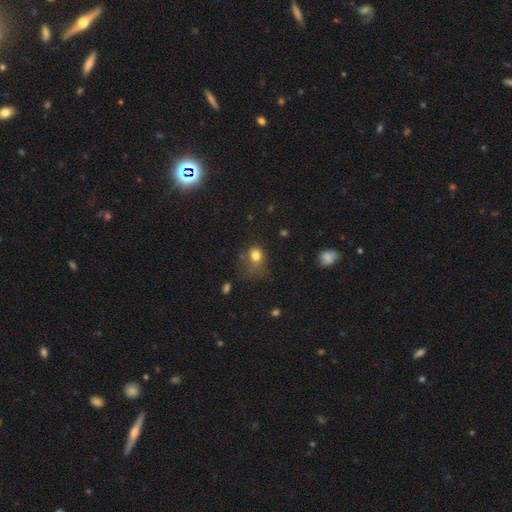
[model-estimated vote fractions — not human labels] This appears to be a smooth galaxy with no disk features (76%) that is round (59%). Merging: none (39%).